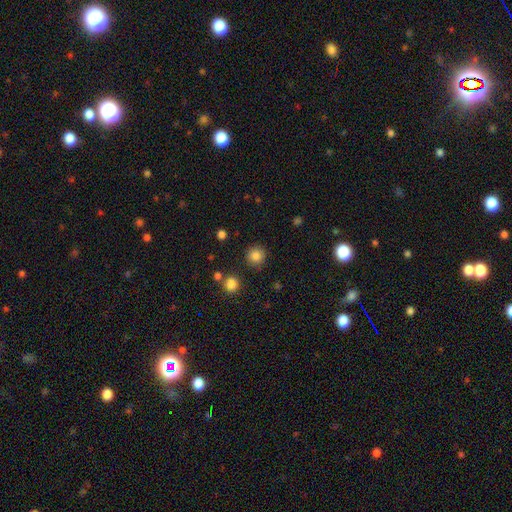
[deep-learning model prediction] Smooth or featured?
  - smooth: 84% *
  - star or artifact: 12%
  - featured or disk: 4%
How rounded?
  - round: 93% *
  - in between: 6%
  - cigar-shaped: 1%
Merging?
  - none: 88% *
  - minor disturbance: 7%
  - major disturbance: 2%
  - merger: 2%